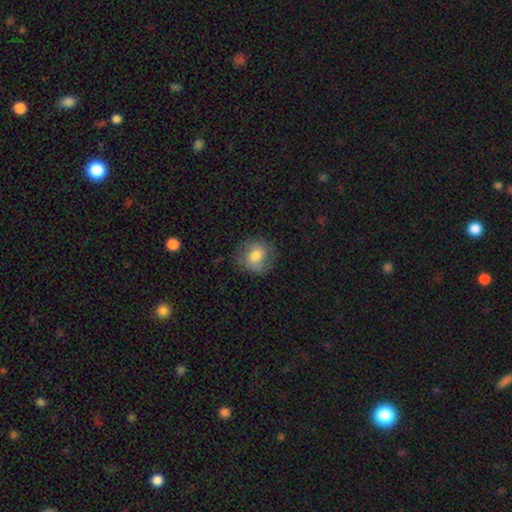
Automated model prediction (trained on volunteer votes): Overall: smooth (73%). How rounded: round (77%). Merging: none (76%).